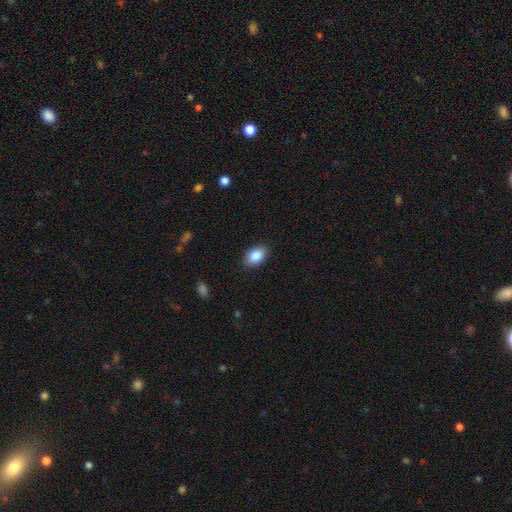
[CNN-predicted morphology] smooth-or-featured: smooth: 87% | star or artifact: 8% | featured or disk: 5%
  how-rounded: in between: 85% | round: 14% | cigar-shaped: 1%
  merging: none: 87% | minor disturbance: 10% | major disturbance: 2% | merger: 1%